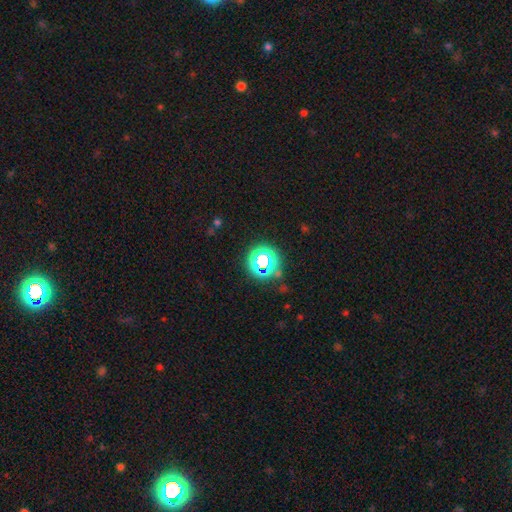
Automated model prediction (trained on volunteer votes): A star or artifact, not a galaxy (64%).